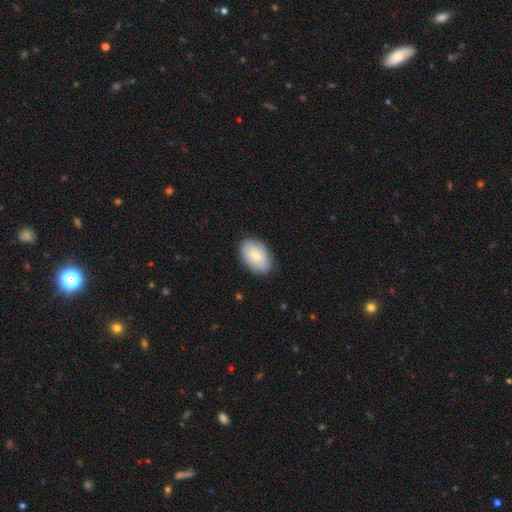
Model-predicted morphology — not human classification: Overall: smooth (74%). How rounded: in between (91%). Merging: none (84%).